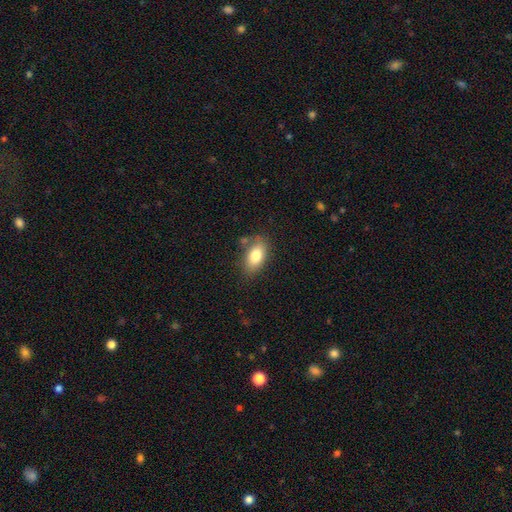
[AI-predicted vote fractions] Q: Smooth or featured?
A: smooth (80%); runner-up: featured or disk (12%)
Q: How rounded?
A: in between (90%); runner-up: round (6%)
Q: Merging?
A: none (73%); runner-up: minor disturbance (17%)